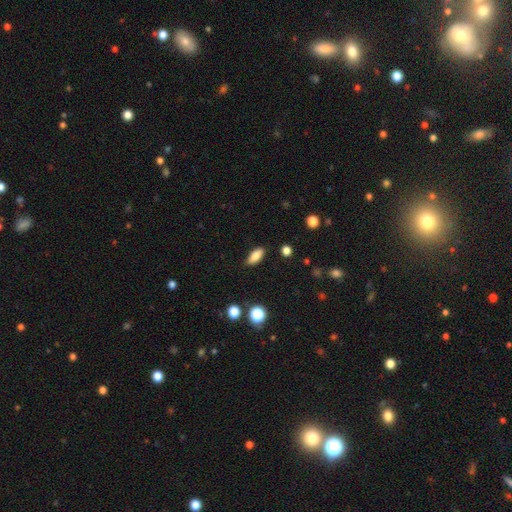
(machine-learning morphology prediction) A smooth galaxy with no disk features (83%) that is in between round and cigar-shaped (83%).

Vote fractions:
- Smooth or featured? smooth: 83% / featured or disk: 9% / star or artifact: 8%
- How rounded? in between: 83% / cigar-shaped: 14% / round: 3%
- Merging? none: 85% / minor disturbance: 11% / major disturbance: 2% / merger: 1%